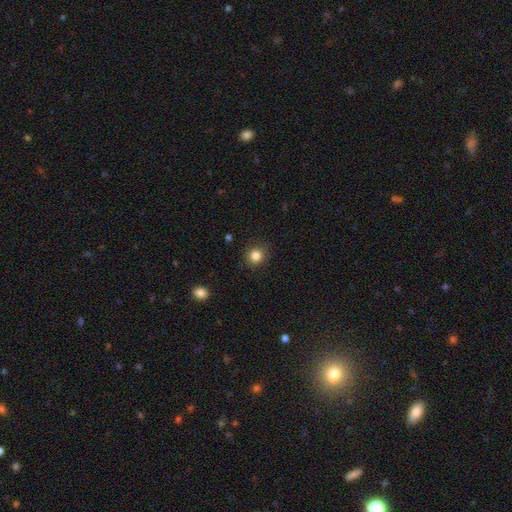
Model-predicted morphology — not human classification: Smooth or featured?
  - smooth: 84% *
  - star or artifact: 11%
  - featured or disk: 5%
How rounded?
  - round: 88% *
  - in between: 11%
  - cigar-shaped: 1%
Merging?
  - none: 87% *
  - minor disturbance: 9%
  - major disturbance: 3%
  - merger: 1%